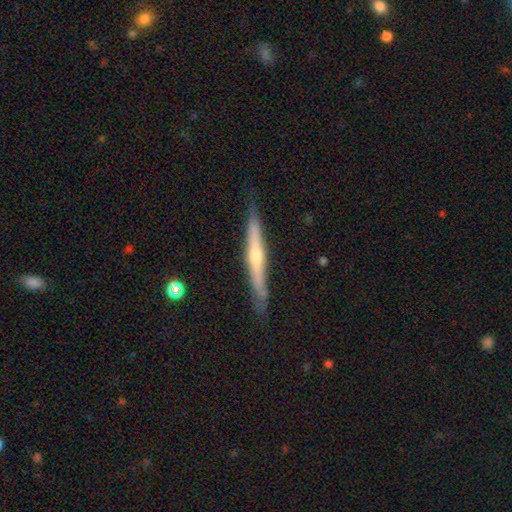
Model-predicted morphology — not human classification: A featured or disk galaxy (71%) viewed edge-on (96%) with a rounded central bulge (75%).

Vote fractions:
- Smooth or featured? featured or disk: 71% / smooth: 23% / star or artifact: 6%
- Edge-on disk? yes: 96% / no: 4%
- Edge-on bulge? rounded: 75% / none: 20% / boxy: 5%
- Merging? none: 86% / minor disturbance: 11% / major disturbance: 2% / merger: 1%